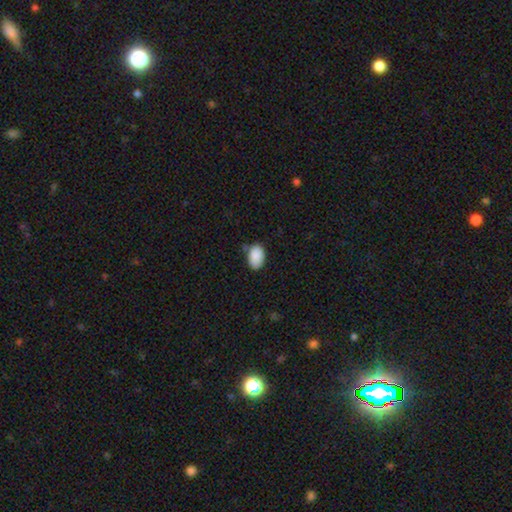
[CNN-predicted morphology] Q: Smooth or featured?
A: smooth (89%); runner-up: star or artifact (7%)
Q: How rounded?
A: in between (89%); runner-up: round (10%)
Q: Merging?
A: none (73%); runner-up: minor disturbance (20%)